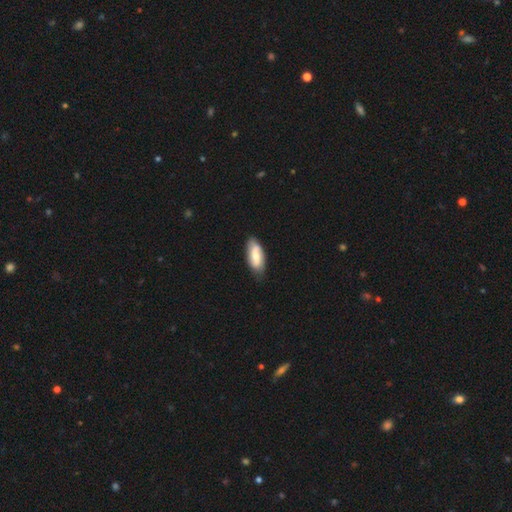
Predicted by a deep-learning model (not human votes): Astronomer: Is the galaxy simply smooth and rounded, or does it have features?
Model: smooth — 50% (runner-up: featured or disk, 44%).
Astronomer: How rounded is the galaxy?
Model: in between — 87%.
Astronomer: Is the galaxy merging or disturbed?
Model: none — 78%.